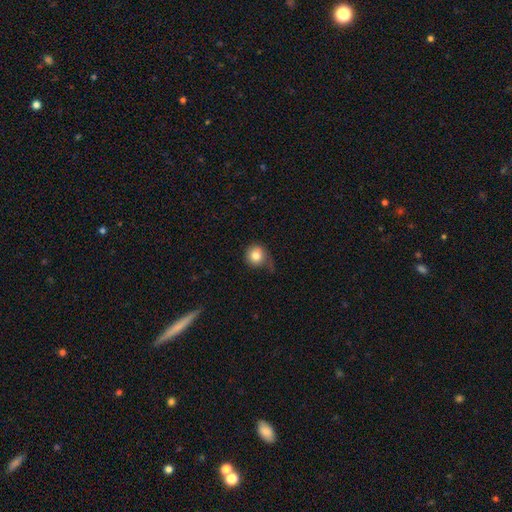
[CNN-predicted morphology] Q: Smooth or featured?
A: smooth (82%); runner-up: featured or disk (10%)
Q: How rounded?
A: round (91%); runner-up: in between (8%)
Q: Merging?
A: none (53%); runner-up: minor disturbance (29%)